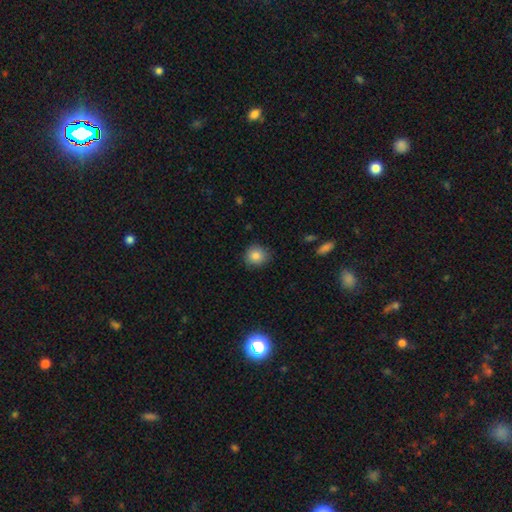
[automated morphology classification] The model was most divided on "merging": none: 83%, minor disturbance: 13%, major disturbance: 2%, merger: 1%. More confident: how rounded — round (85%); smooth or featured — smooth (84%).